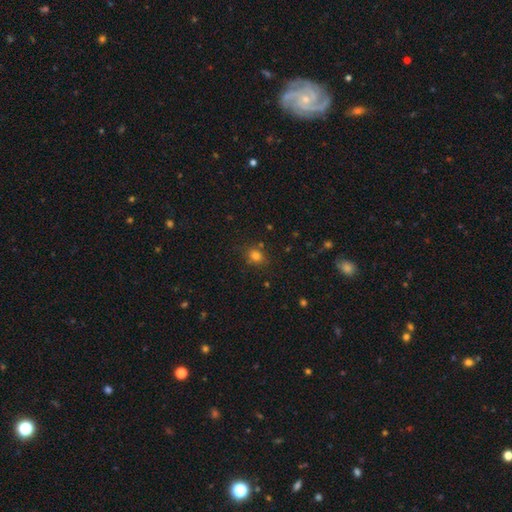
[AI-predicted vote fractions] This appears to be a smooth galaxy with no disk features (77%) that is round (59%). Merging: none (76%).